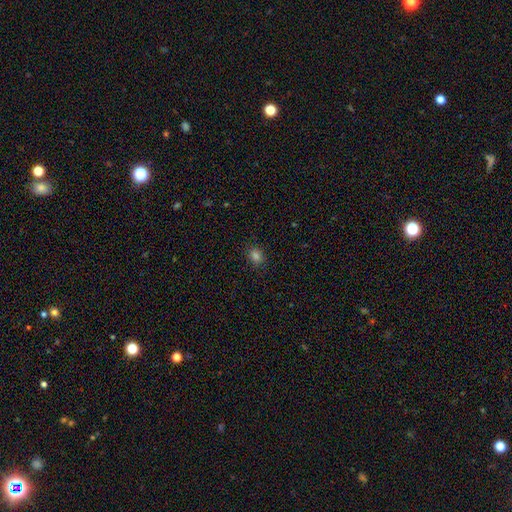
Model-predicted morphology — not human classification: This is clearly a smooth galaxy (81%). How rounded: possibly in between (57%). Merging: clearly none (88%).